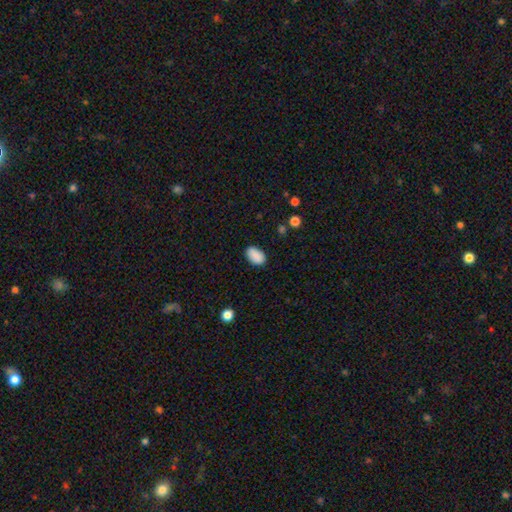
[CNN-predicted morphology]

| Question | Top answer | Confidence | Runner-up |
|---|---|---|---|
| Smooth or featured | smooth | 89% | star or artifact (8%) |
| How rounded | in between | 90% | round (9%) |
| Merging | none | 84% | minor disturbance (12%) |